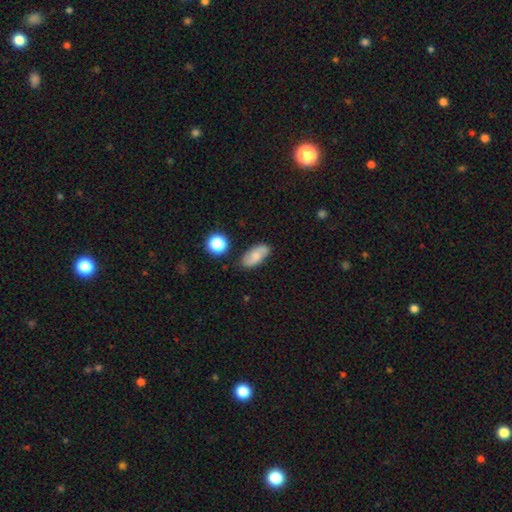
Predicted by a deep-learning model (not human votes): Smooth or featured? Predicted: smooth (p=0.57). How rounded? Predicted: in between (p=0.88). Merging? Predicted: none (p=0.80).